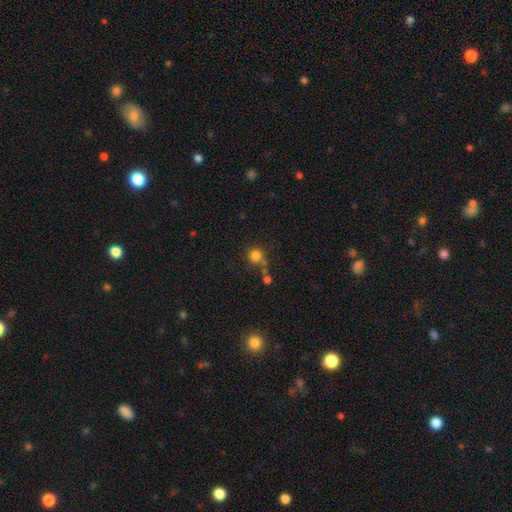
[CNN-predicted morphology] Smooth or featured?
  - smooth: 80% *
  - star or artifact: 14%
  - featured or disk: 6%
How rounded?
  - round: 93% *
  - in between: 6%
  - cigar-shaped: 1%
Merging?
  - none: 70% *
  - merger: 15%
  - minor disturbance: 10%
  - major disturbance: 4%